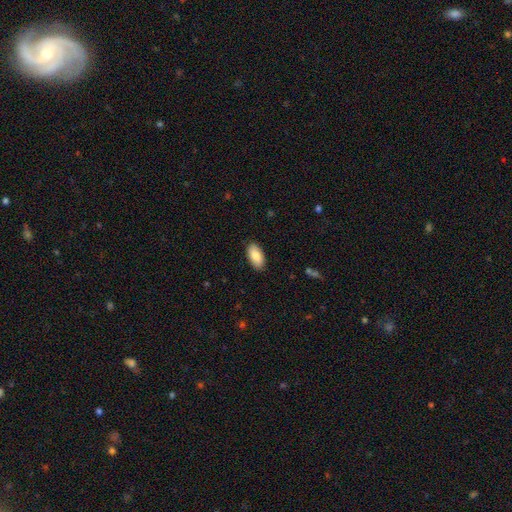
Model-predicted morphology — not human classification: Overall: smooth (86%). How rounded: in between (94%). Merging: none (88%).